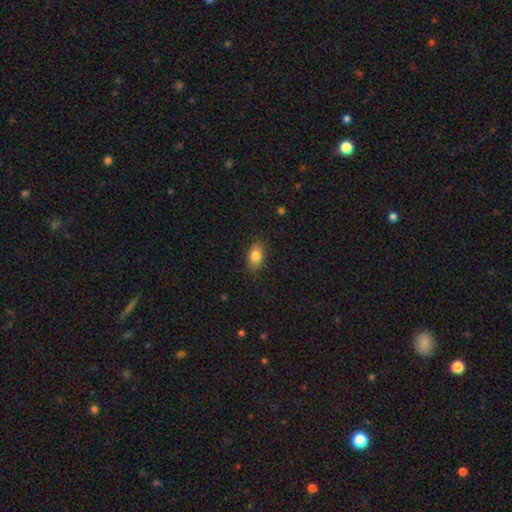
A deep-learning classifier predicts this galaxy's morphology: Smooth or featured?
  - smooth: 82% *
  - featured or disk: 9%
  - star or artifact: 8%
How rounded?
  - in between: 87% *
  - round: 10%
  - cigar-shaped: 3%
Merging?
  - none: 85% *
  - minor disturbance: 12%
  - major disturbance: 2%
  - merger: 1%